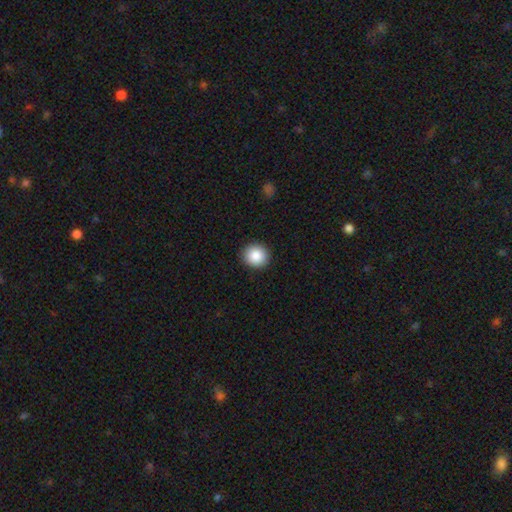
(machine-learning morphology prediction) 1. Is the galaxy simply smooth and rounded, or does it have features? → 87% smooth, 8% star or artifact, 5% featured or disk.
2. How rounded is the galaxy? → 90% round, 9% in between, 1% cigar-shaped.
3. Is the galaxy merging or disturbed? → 92% none, 5% minor disturbance, 2% major disturbance, 1% merger.